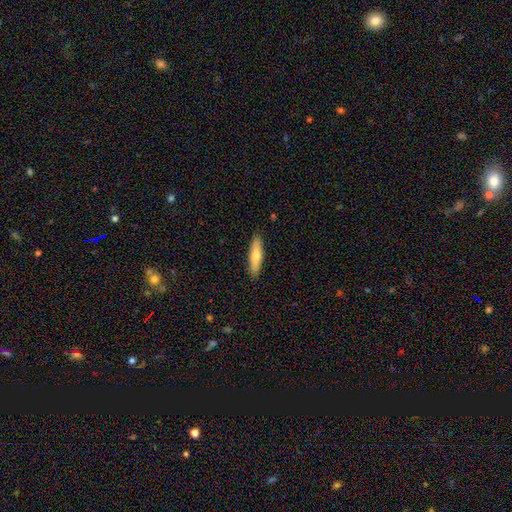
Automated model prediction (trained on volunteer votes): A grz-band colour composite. It shows a smooth galaxy with no disk features (65%) that is cigar-shaped (70%). Merging: none (89%).